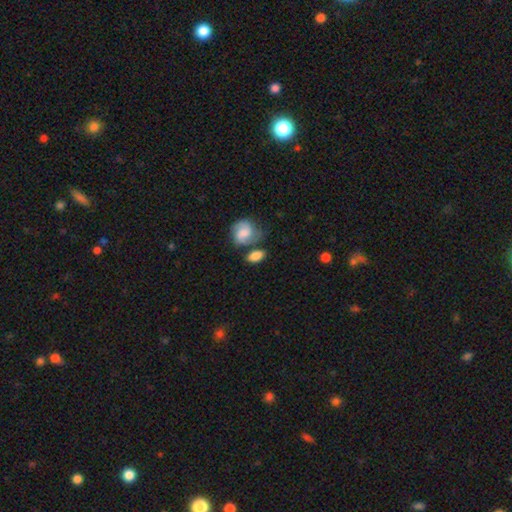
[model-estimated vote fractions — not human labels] A smooth galaxy with no disk features (74%) that is in between round and cigar-shaped (82%). Merging: none (54%).